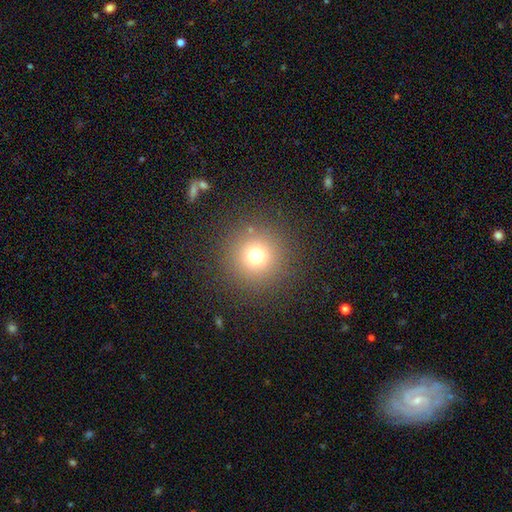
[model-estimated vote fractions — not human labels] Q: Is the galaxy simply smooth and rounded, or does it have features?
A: smooth — 73%.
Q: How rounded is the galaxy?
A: round — 96%.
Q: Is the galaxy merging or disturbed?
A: none — 89%.